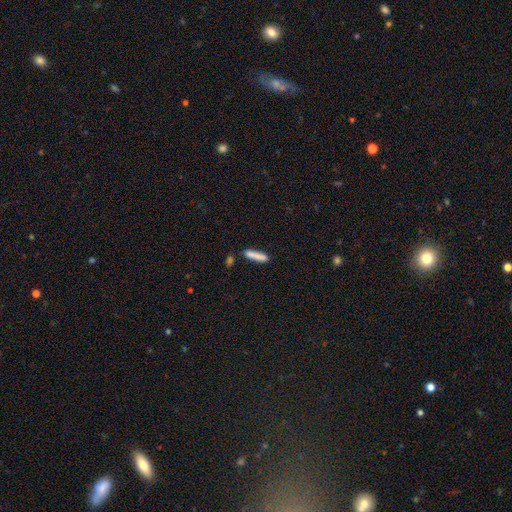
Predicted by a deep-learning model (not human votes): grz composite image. It shows a smooth galaxy with no disk features (84%) that is cigar-shaped (86%). Merging: none (80%).